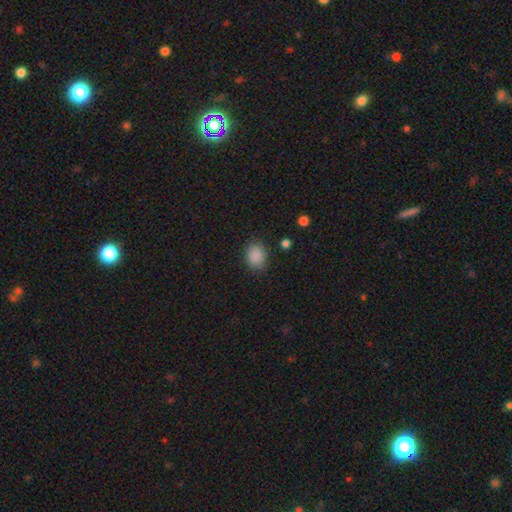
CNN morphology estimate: Smooth or featured? Predicted: smooth (p=0.87). How rounded? Predicted: round (p=0.50). Merging? Predicted: none (p=0.85).